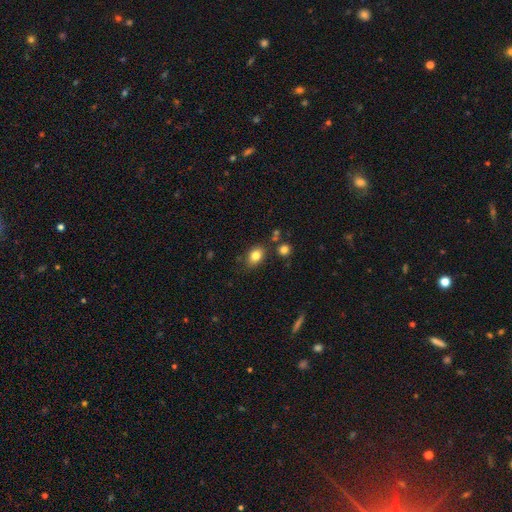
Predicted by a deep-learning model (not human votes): Smooth or featured: smooth — 82% (star or artifact — 10%)
How rounded: in between — 75% (round — 23%)
Merging: none — 76% (minor disturbance — 14%)